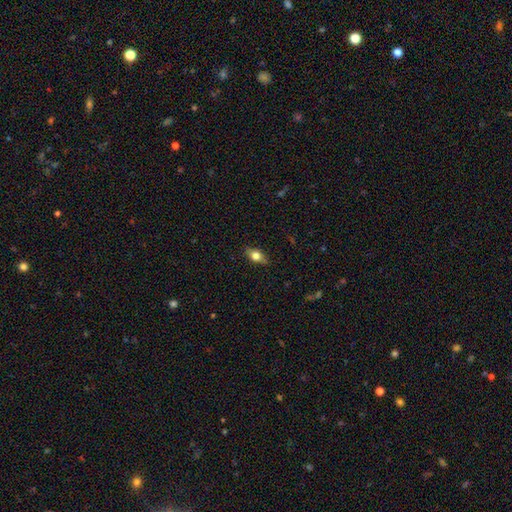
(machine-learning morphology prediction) smooth 68%, featured or disk 24%, star or artifact 8%. Down the decision tree: how rounded — in between (81%); merging — none (85%).